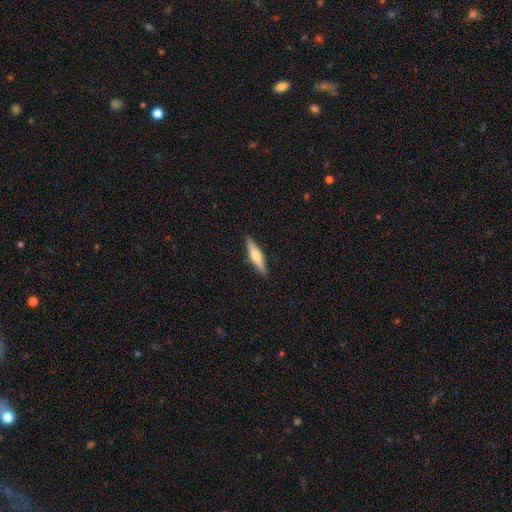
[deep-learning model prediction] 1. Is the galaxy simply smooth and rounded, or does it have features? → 50% featured or disk, 45% smooth, 6% star or artifact.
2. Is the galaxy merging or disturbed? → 90% none, 8% minor disturbance, 2% major disturbance, 1% merger.